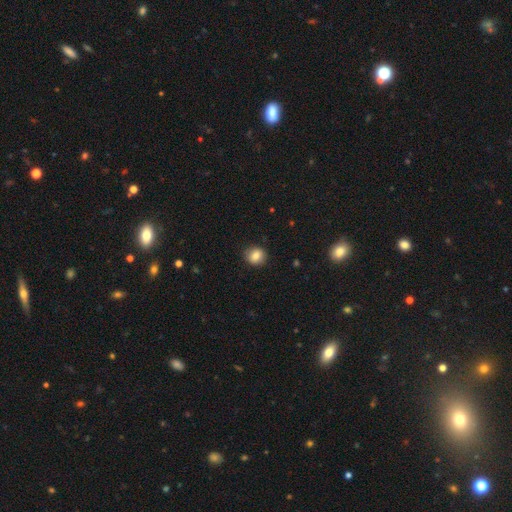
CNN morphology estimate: smooth-or-featured: smooth: 82% | star or artifact: 10% | featured or disk: 8%
  how-rounded: round: 78% | in between: 21% | cigar-shaped: 1%
  merging: none: 86% | minor disturbance: 10% | major disturbance: 2% | merger: 1%